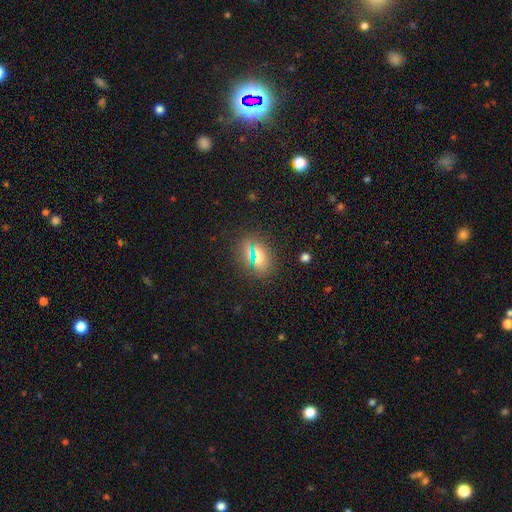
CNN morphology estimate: smooth-or-featured: smooth: 65% | star or artifact: 24% | featured or disk: 11%
  how-rounded: in between: 54% | round: 40% | cigar-shaped: 6%
  merging: none: 84% | minor disturbance: 10% | major disturbance: 4% | merger: 2%